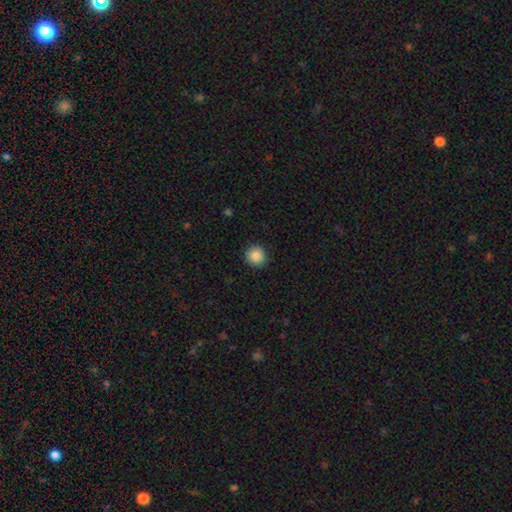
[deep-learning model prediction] Overall: smooth (86%). How rounded: round (94%). Merging: none (92%).